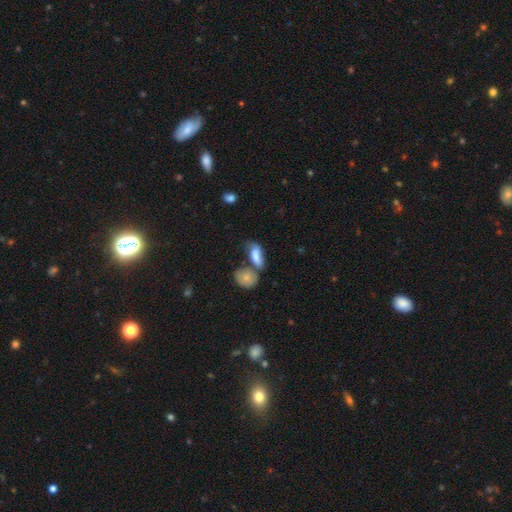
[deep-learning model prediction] Smooth or featured? smooth (74%)
How rounded? in between (84%)
Merging? merger (42%)